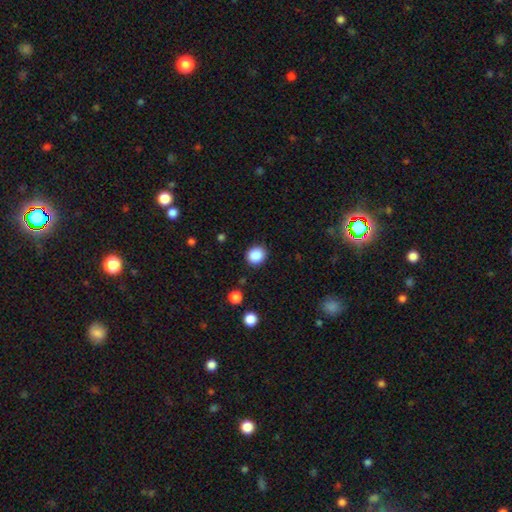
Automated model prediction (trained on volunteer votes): Q: Smooth or featured?
A: smooth (87%); runner-up: star or artifact (10%)
Q: How rounded?
A: round (83%); runner-up: in between (16%)
Q: Merging?
A: none (89%); runner-up: minor disturbance (7%)